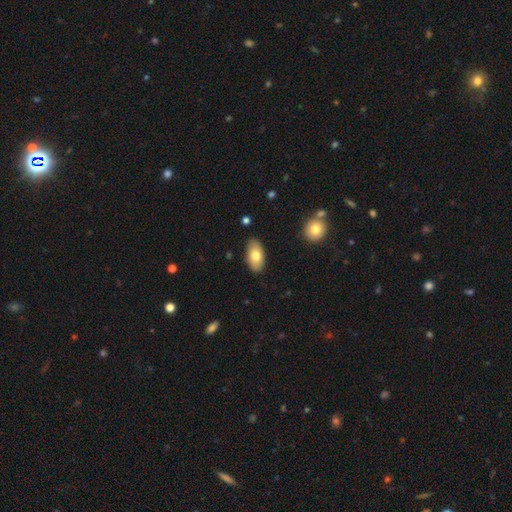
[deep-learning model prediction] smooth_or_featured: smooth (p=0.74) [alt: featured or disk p=0.19]
how_rounded: in between (p=0.94) [alt: round p=0.03]
merging: none (p=0.86) [alt: minor disturbance p=0.11]